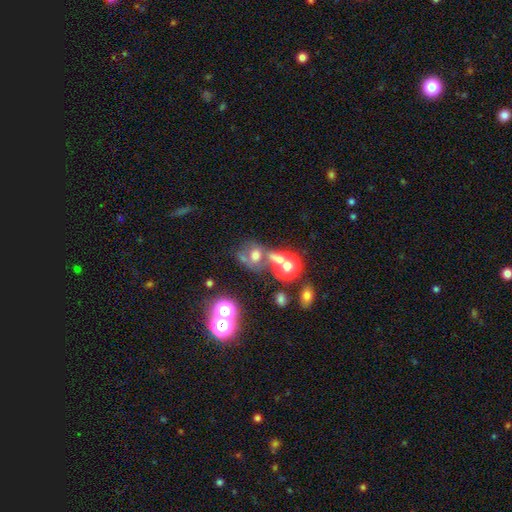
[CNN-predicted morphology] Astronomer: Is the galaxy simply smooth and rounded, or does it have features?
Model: smooth — 44% (runner-up: star or artifact, 30%).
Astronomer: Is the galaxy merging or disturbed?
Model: merger — 39% (runner-up: none, 33%).